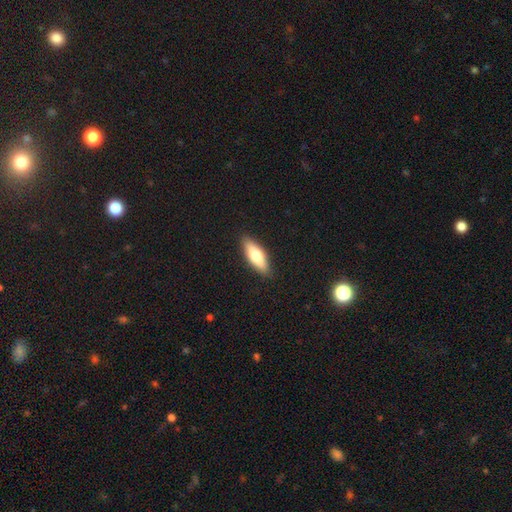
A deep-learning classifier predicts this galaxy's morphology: smooth 70%, featured or disk 24%, star or artifact 6%. Down the decision tree: how rounded — in between (55%); merging — none (88%).